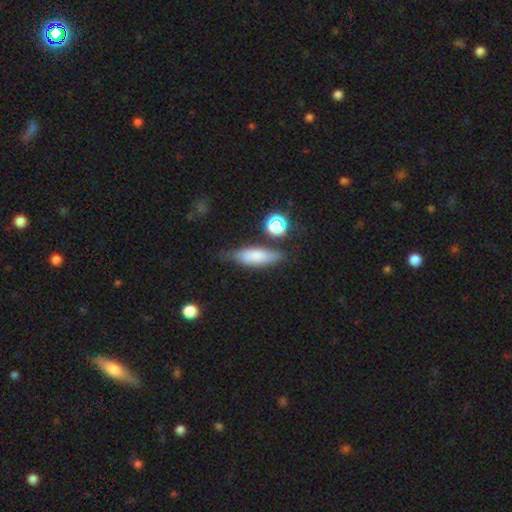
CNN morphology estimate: smooth_or_featured: smooth (p=0.70) [alt: featured or disk p=0.20]
how_rounded: in between (p=0.54) [alt: cigar-shaped p=0.42]
merging: none (p=0.66) [alt: minor disturbance p=0.22]